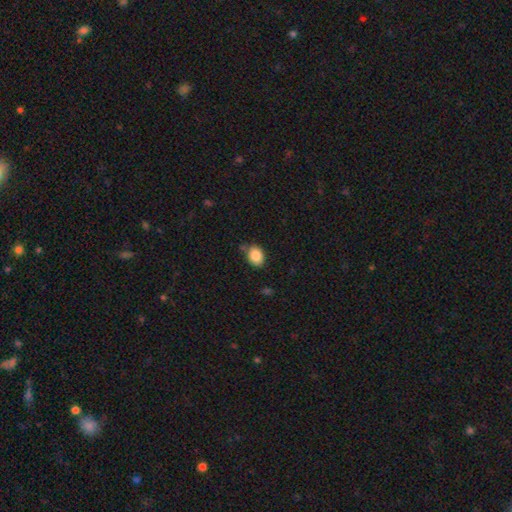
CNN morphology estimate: The model was most divided on "how rounded": in between: 68%, round: 31%, cigar-shaped: 1%. More confident: smooth or featured — smooth (87%); merging — none (74%).